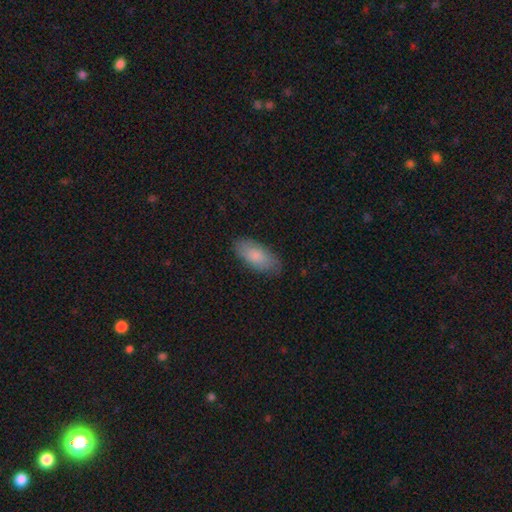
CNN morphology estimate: Overall: smooth (83%). How rounded: in between (87%). Merging: none (83%).